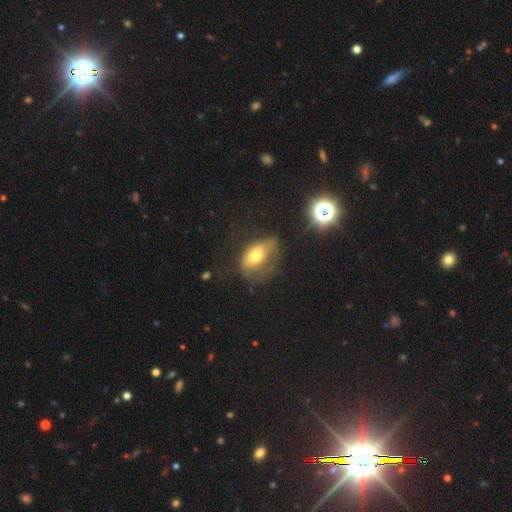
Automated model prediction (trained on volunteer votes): smooth_or_featured: smooth (p=0.54) [alt: featured or disk p=0.35]
how_rounded: in between (p=0.78) [alt: round p=0.18]
merging: major disturbance (p=0.35) [alt: none p=0.34]